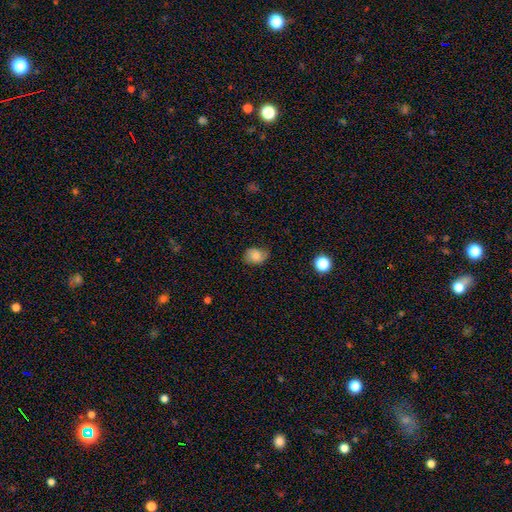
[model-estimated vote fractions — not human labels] This is likely a smooth galaxy (73%). How rounded: possibly in between (58%). Merging: likely none (61%).